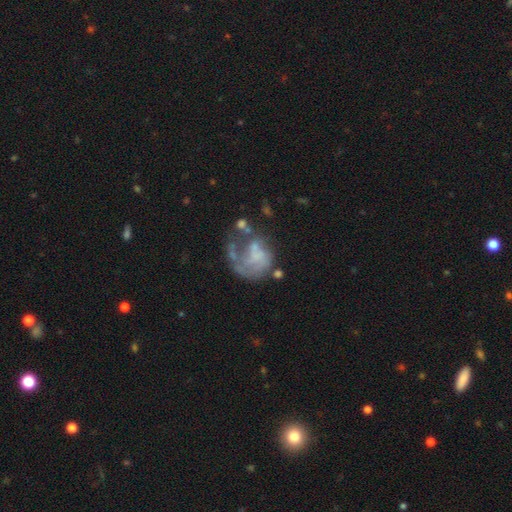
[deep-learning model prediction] Smooth or featured? Predicted: featured or disk (p=0.65). Edge-on disk? Predicted: no (p=0.98). Bar? Predicted: no (p=0.79). Spiral arms? Predicted: yes (p=0.50, tied with no). Bulge size? Predicted: none (p=0.70). Merging? Predicted: major disturbance (p=0.44).